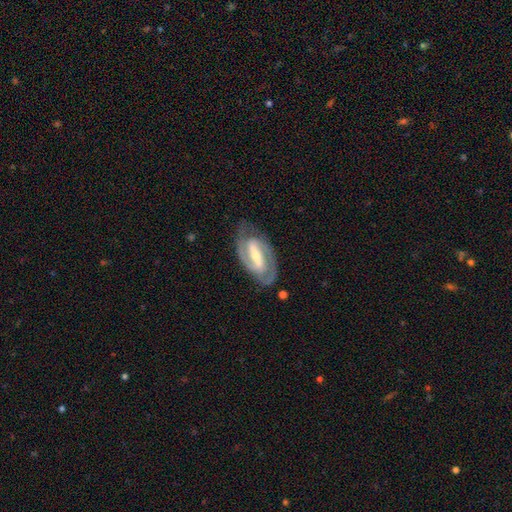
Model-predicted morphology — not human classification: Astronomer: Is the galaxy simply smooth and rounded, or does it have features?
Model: featured or disk — 89%.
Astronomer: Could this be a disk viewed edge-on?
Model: no — 95%.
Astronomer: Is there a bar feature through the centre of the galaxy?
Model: strong — 69%.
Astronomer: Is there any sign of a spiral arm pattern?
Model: yes — 95%.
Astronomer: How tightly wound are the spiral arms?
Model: tight — 45%, tied with medium at 45%.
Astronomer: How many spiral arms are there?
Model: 2 — 90%.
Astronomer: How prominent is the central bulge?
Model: small — 50% (runner-up: moderate, 43%).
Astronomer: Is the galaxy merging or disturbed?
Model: none — 78%.